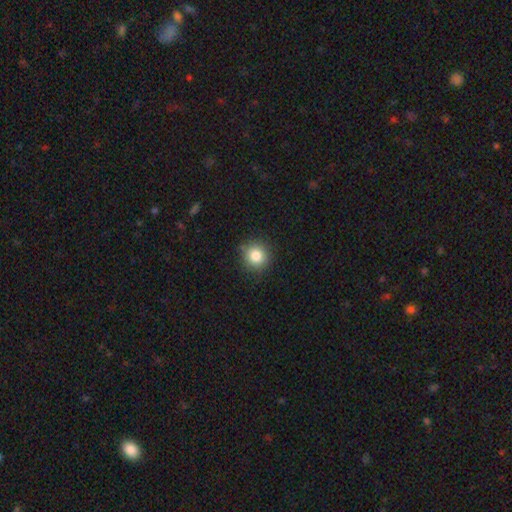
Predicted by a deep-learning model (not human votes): Morphology: type=smooth (83%); roundness=round (91%); merging=none (87%).